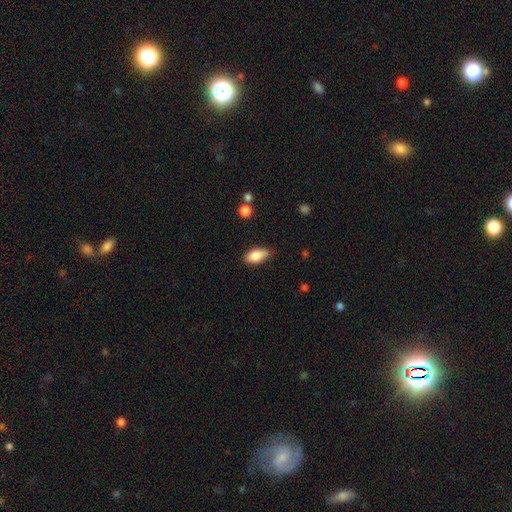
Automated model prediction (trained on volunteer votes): Morphology: type=smooth (82%); roundness=in between (89%); merging=none (70%).